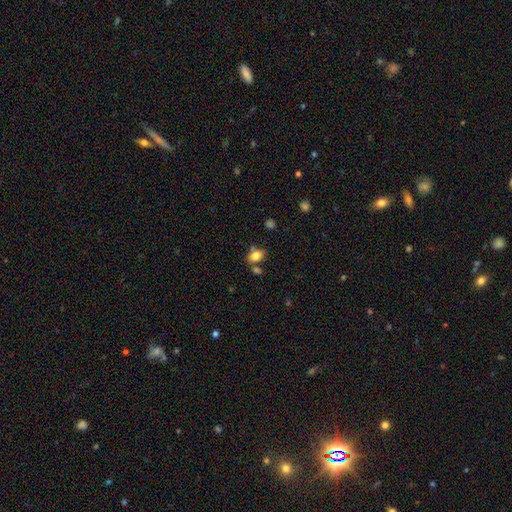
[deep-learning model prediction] Smooth or featured? smooth (79%)
How rounded? in between (77%)
Merging? none (67%)